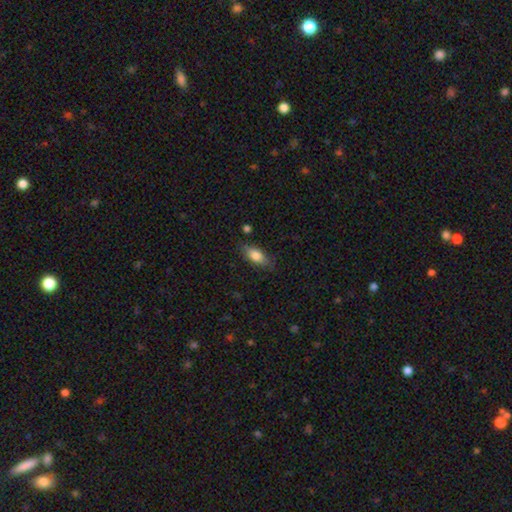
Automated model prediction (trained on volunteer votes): The model was most divided on "merging": none: 79%, minor disturbance: 15%, major disturbance: 3%, merger: 2%. More confident: how rounded — in between (83%); smooth or featured — smooth (79%).